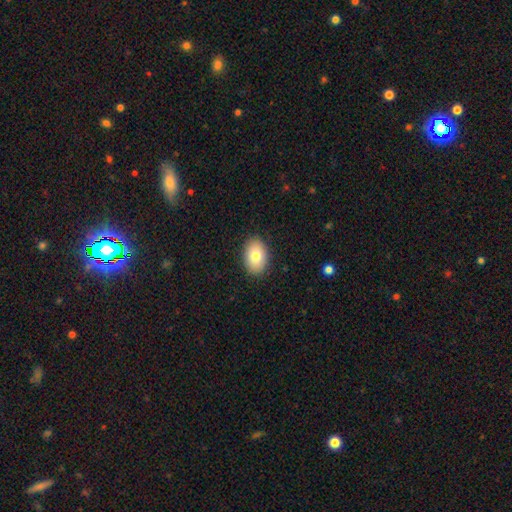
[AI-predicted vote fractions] smooth_or_featured: smooth (p=0.81) [alt: featured or disk p=0.12]
how_rounded: in between (p=0.86) [alt: round p=0.13]
merging: none (p=0.90) [alt: minor disturbance p=0.08]